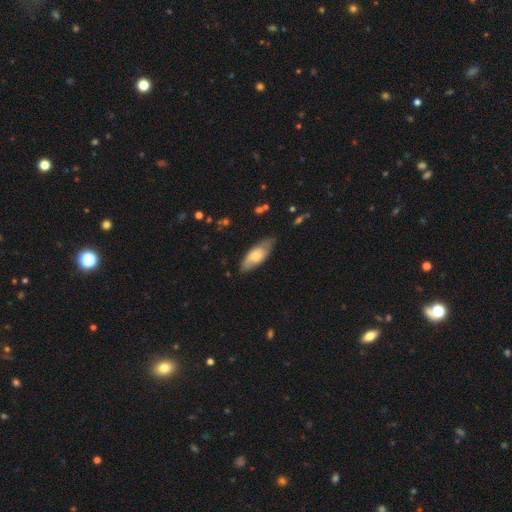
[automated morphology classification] Q: Smooth or featured?
A: smooth (68%); runner-up: featured or disk (27%)
Q: How rounded?
A: in between (76%); runner-up: cigar-shaped (22%)
Q: Merging?
A: none (76%); runner-up: minor disturbance (19%)